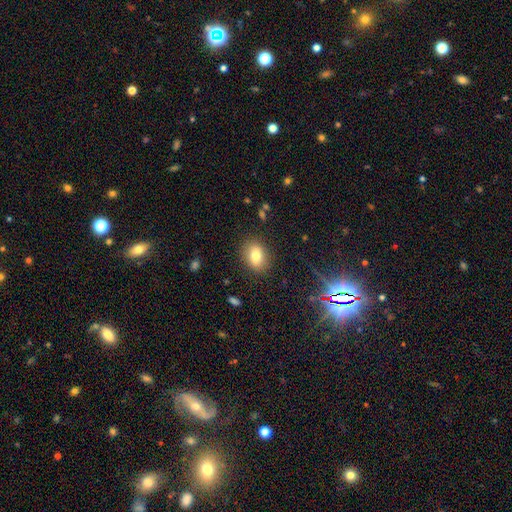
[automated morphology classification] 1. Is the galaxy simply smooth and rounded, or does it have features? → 75% smooth, 14% featured or disk, 11% star or artifact.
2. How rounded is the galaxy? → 66% in between, 32% round, 2% cigar-shaped.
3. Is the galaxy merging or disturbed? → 85% none, 10% minor disturbance, 3% major disturbance, 2% merger.